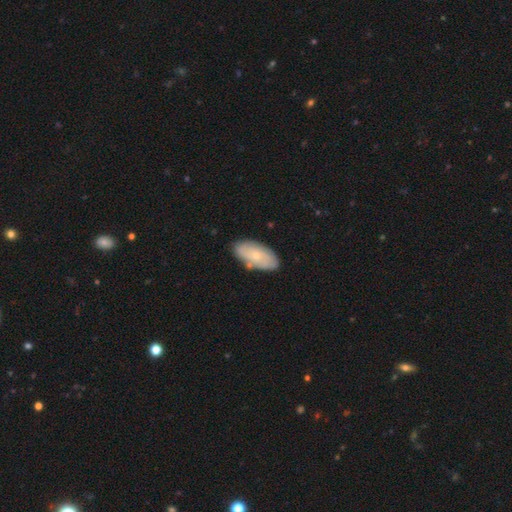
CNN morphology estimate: smooth 51%, featured or disk 43%, star or artifact 6%. Down the decision tree: how rounded — in between (92%); merging — none (79%).